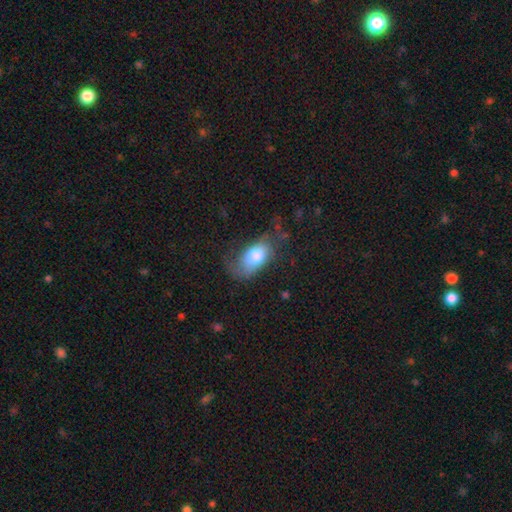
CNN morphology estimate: type=smooth (67%); roundness=in between (90%); merging=none (44%).